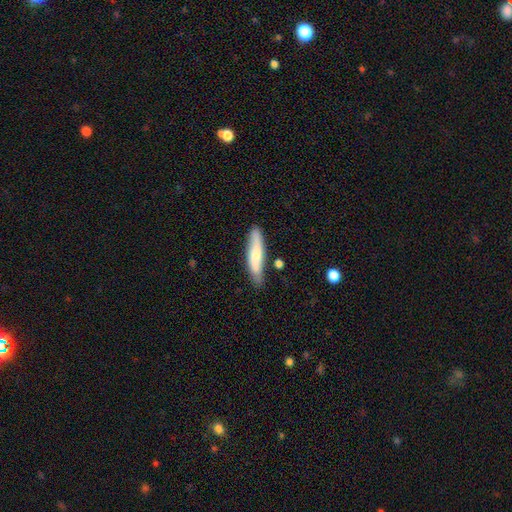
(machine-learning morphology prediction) A smooth galaxy with no disk features (63%) that is cigar-shaped (79%).

Vote fractions:
- Smooth or featured? smooth: 63% / featured or disk: 31% / star or artifact: 6%
- How rounded? cigar-shaped: 79% / in between: 19% / round: 2%
- Merging? none: 76% / minor disturbance: 18% / merger: 3% / major disturbance: 3%